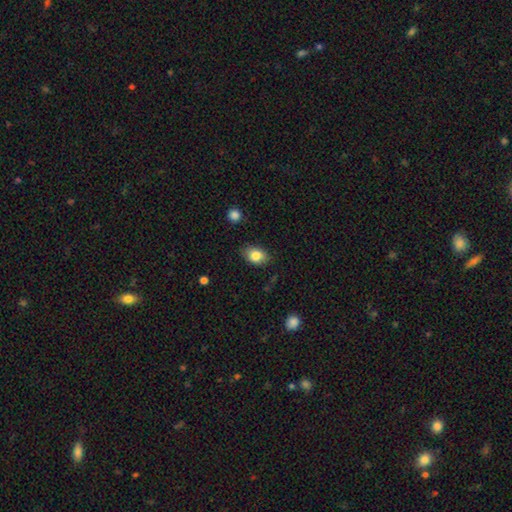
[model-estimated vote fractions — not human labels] Smooth or featured?
  - smooth: 83% *
  - featured or disk: 8%
  - star or artifact: 8%
How rounded?
  - in between: 80% *
  - round: 19%
  - cigar-shaped: 1%
Merging?
  - none: 82% *
  - minor disturbance: 14%
  - major disturbance: 3%
  - merger: 1%